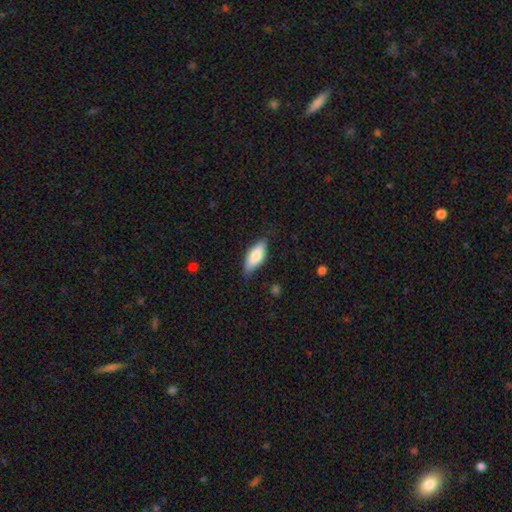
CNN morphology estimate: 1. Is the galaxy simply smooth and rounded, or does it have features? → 71% smooth, 23% featured or disk, 6% star or artifact.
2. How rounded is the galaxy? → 74% in between, 24% cigar-shaped, 2% round.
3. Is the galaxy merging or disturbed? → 75% none, 20% minor disturbance, 4% major disturbance, 1% merger.